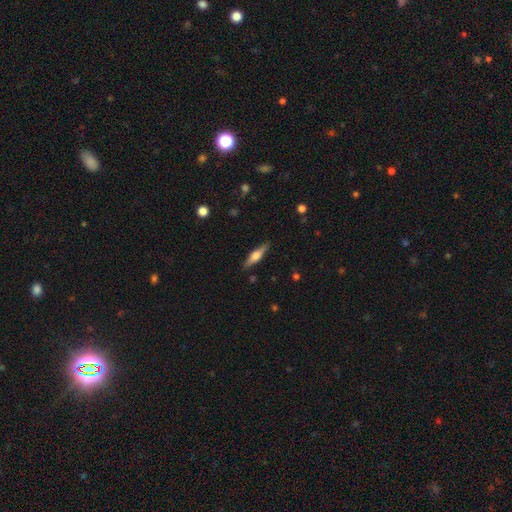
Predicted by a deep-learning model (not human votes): Overall: featured or disk (61%; smooth 33%). Edge-on disk: yes (96%). Edge-on bulge: rounded (82%). Merging: none (87%).